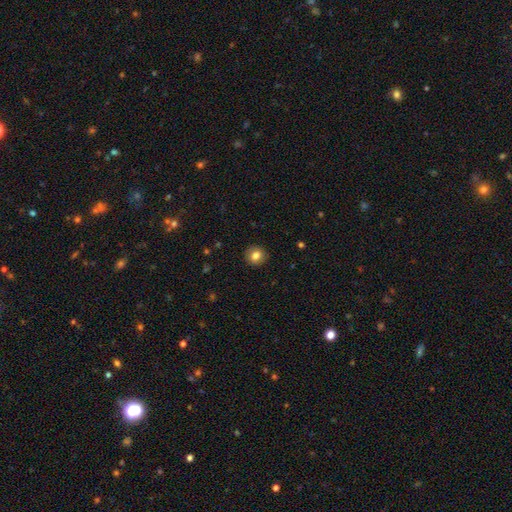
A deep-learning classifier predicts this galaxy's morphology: type=smooth (82%); roundness=round (88%); merging=none (92%).